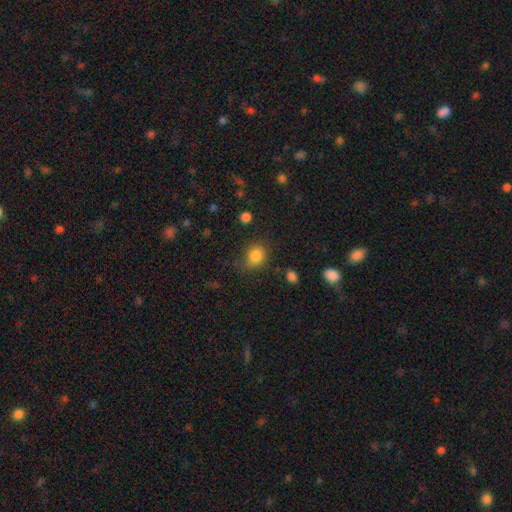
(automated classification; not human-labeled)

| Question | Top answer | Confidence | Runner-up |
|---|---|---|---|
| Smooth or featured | smooth | 83% | star or artifact (11%) |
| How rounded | round | 65% | in between (34%) |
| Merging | none | 70% | minor disturbance (20%) |